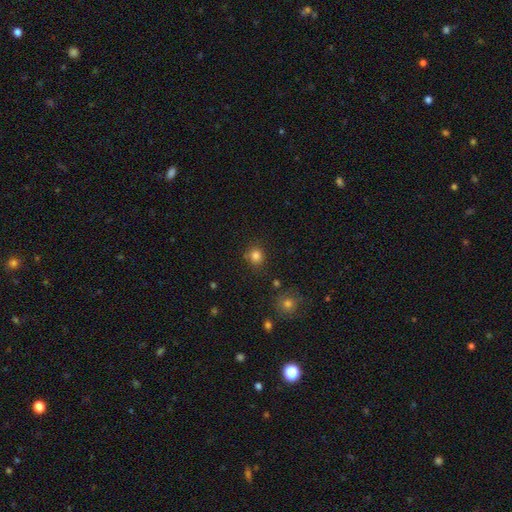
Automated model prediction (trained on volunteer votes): Smooth or featured: smooth — 82% (star or artifact — 13%)
How rounded: round — 87% (in between — 12%)
Merging: none — 82% (minor disturbance — 11%)